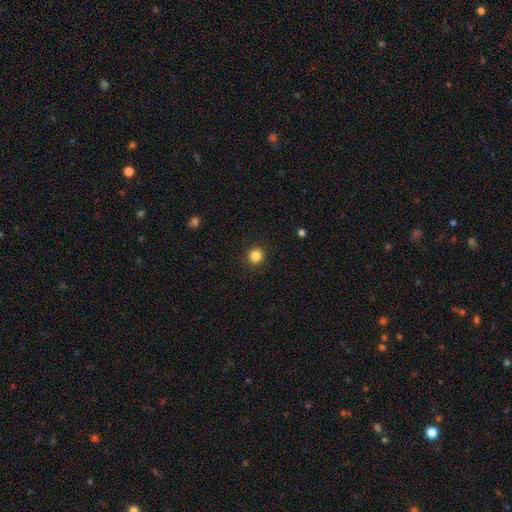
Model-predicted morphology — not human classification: The model was most divided on "smooth or featured": smooth: 84%, star or artifact: 12%, featured or disk: 4%. More confident: how rounded — round (95%); merging — none (92%).